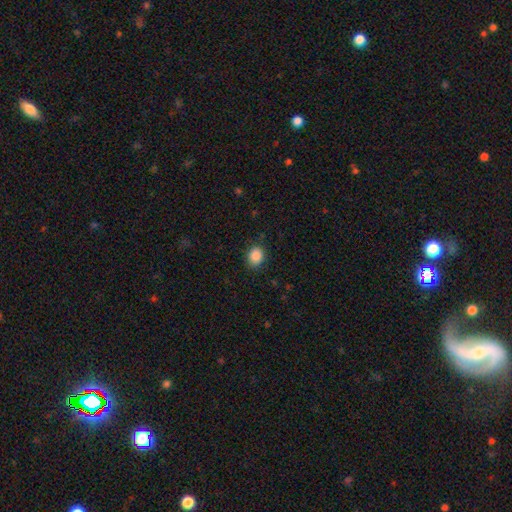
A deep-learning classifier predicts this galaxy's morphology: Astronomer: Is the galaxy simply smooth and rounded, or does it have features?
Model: smooth — 87%.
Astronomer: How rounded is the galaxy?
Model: round — 59% (runner-up: in between, 40%).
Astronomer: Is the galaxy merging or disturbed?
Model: none — 87%.